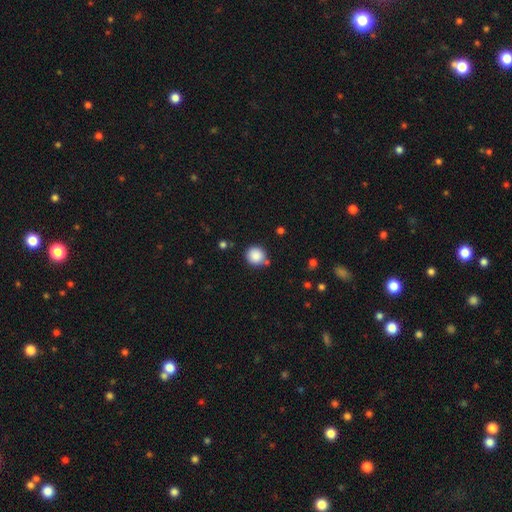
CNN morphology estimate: Smooth or featured: smooth — 87% (star or artifact — 9%)
How rounded: round — 90% (in between — 9%)
Merging: none — 75% (minor disturbance — 14%)